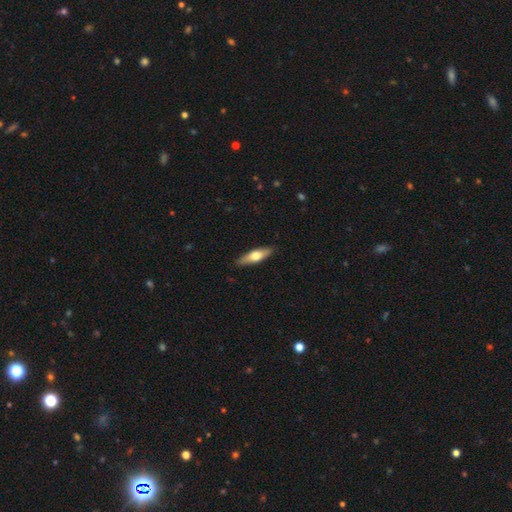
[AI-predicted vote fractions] A smooth galaxy with no disk features (58%) that is cigar-shaped (59%).

Vote fractions:
- Smooth or featured? smooth: 58% / featured or disk: 37% / star or artifact: 5%
- How rounded? cigar-shaped: 59% / in between: 39% / round: 2%
- Merging? none: 89% / minor disturbance: 8% / major disturbance: 2% / merger: 1%